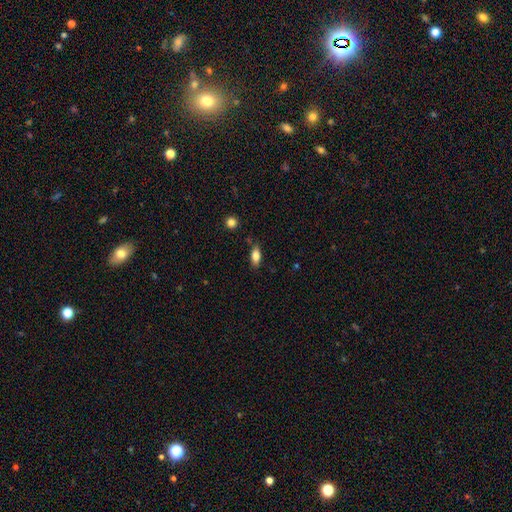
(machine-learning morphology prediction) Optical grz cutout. It shows a smooth galaxy with no disk features (81%) that is in between round and cigar-shaped (84%). Merging: none (80%).